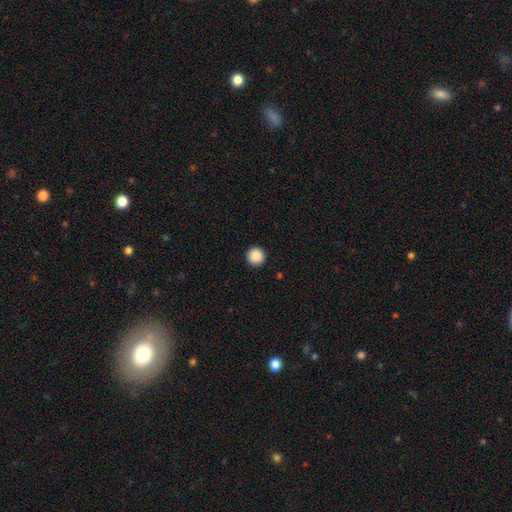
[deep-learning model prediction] smooth_or_featured: smooth (p=0.89) [alt: star or artifact p=0.09]
how_rounded: round (p=0.96) [alt: in between p=0.03]
merging: none (p=0.94) [alt: minor disturbance p=0.04]